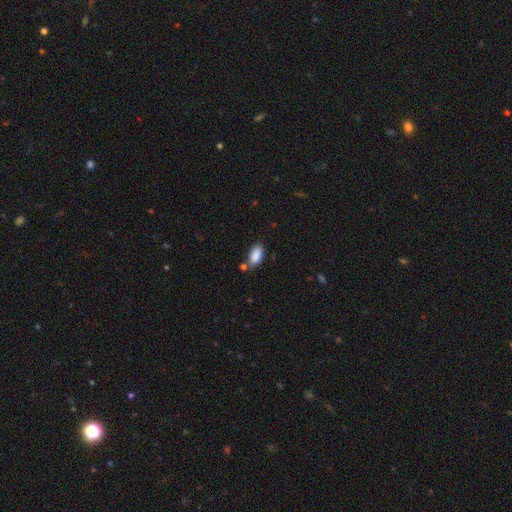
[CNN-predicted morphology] A smooth galaxy with no disk features (89%) that is in between round and cigar-shaped (92%). Merging: none (70%).